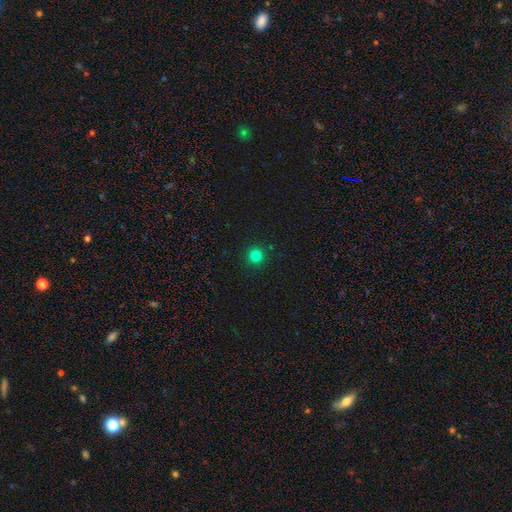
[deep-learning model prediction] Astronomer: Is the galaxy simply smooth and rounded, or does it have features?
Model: smooth — 81%.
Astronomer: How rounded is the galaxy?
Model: round — 95%.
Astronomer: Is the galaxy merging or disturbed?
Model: none — 92%.